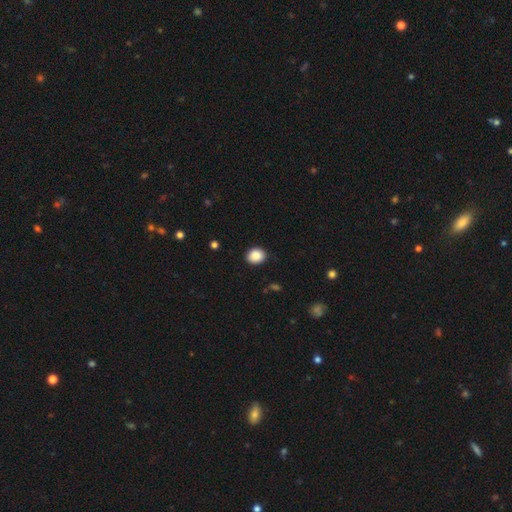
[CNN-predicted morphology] A smooth galaxy with no disk features (89%) that is round (61%).

Vote fractions:
- Smooth or featured? smooth: 89% / star or artifact: 8% / featured or disk: 3%
- How rounded? round: 61% / in between: 38% / cigar-shaped: 1%
- Merging? none: 89% / minor disturbance: 8% / major disturbance: 2% / merger: 1%